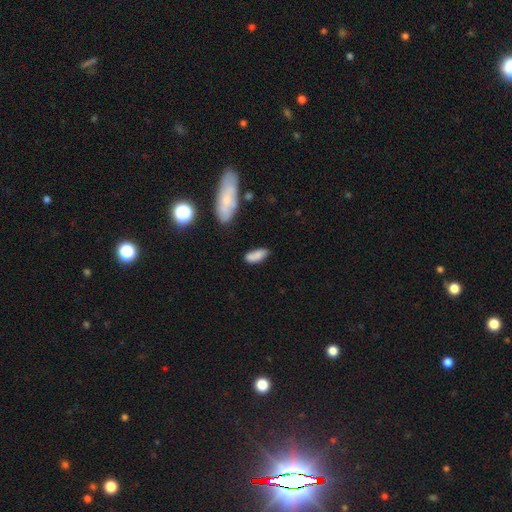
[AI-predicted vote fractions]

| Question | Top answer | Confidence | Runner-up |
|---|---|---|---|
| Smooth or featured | smooth | 80% | featured or disk (12%) |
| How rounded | in between | 73% | cigar-shaped (24%) |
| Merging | none | 61% | minor disturbance (25%) |